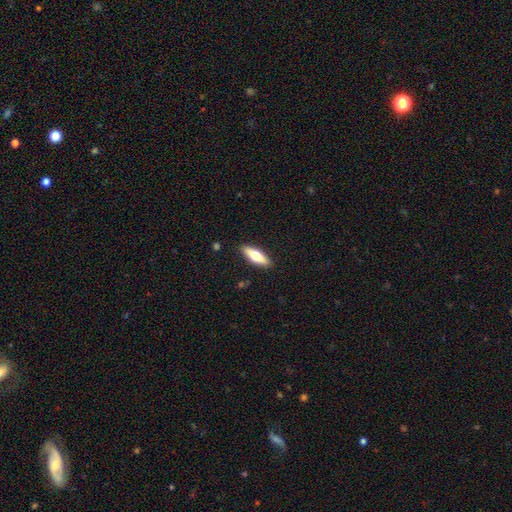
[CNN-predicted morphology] Smooth or featured? Predicted: smooth (p=0.61). How rounded? Predicted: cigar-shaped (p=0.49, tied with in between). Merging? Predicted: none (p=0.89).